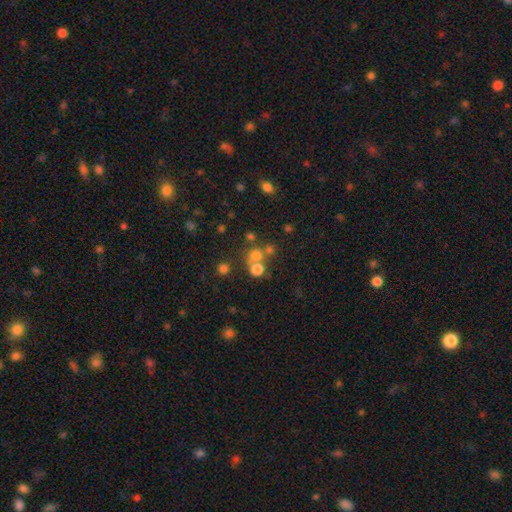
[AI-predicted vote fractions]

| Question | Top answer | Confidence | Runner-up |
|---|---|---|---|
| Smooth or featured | smooth | 66% | star or artifact (22%) |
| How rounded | round | 87% | in between (12%) |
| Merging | none | 56% | merger (33%) |